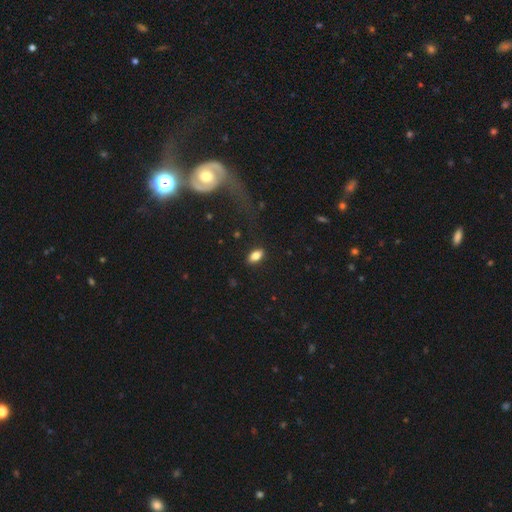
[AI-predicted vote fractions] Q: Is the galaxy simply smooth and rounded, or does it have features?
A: smooth — 79%.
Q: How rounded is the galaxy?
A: in between — 89%.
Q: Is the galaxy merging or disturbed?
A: none — 87%.